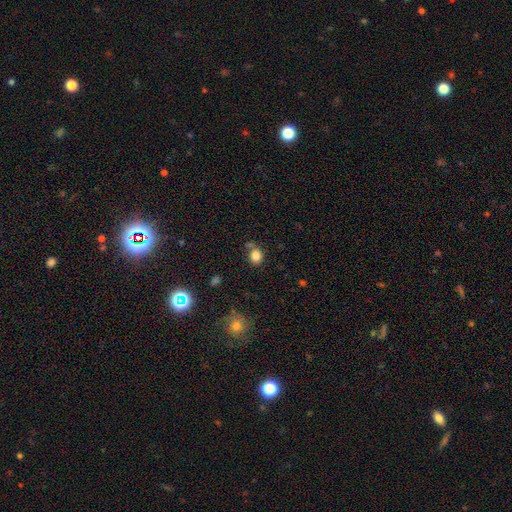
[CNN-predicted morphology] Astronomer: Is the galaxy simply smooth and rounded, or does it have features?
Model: smooth — 82%.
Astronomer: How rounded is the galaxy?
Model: round — 65%.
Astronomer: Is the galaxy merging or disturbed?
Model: none — 67%.